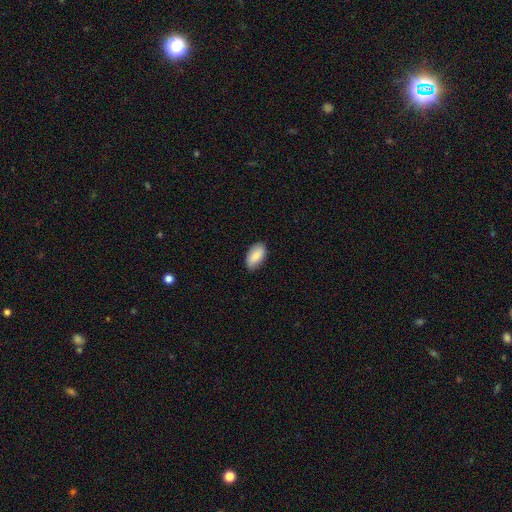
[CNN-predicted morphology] A smooth galaxy with no disk features (85%) that is in between round and cigar-shaped (94%). Merging: none (86%).